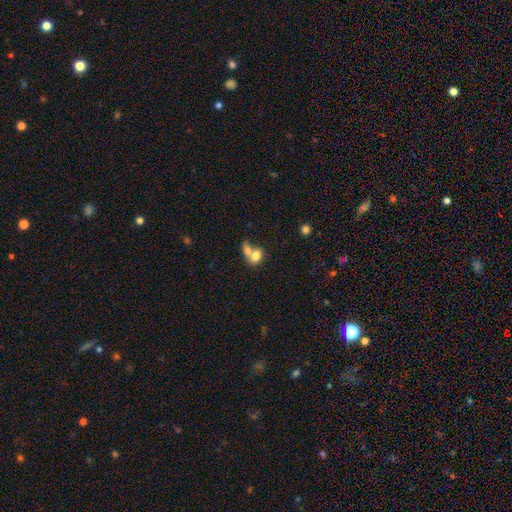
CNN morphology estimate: Smooth or featured: smooth — 75% (featured or disk — 16%)
How rounded: in between — 60% (round — 38%)
Merging: merger — 68% (none — 21%)